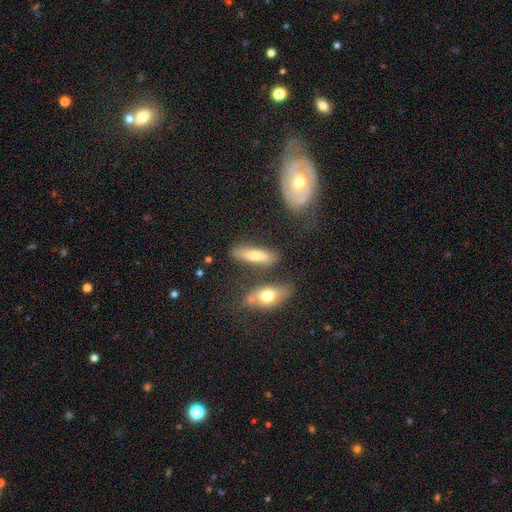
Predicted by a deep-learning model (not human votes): A smooth galaxy with no disk features (66%) that is cigar-shaped (53%).

Vote fractions:
- Smooth or featured? smooth: 66% / featured or disk: 25% / star or artifact: 9%
- How rounded? cigar-shaped: 53% / in between: 43% / round: 4%
- Merging? none: 66% / minor disturbance: 17% / merger: 11% / major disturbance: 6%